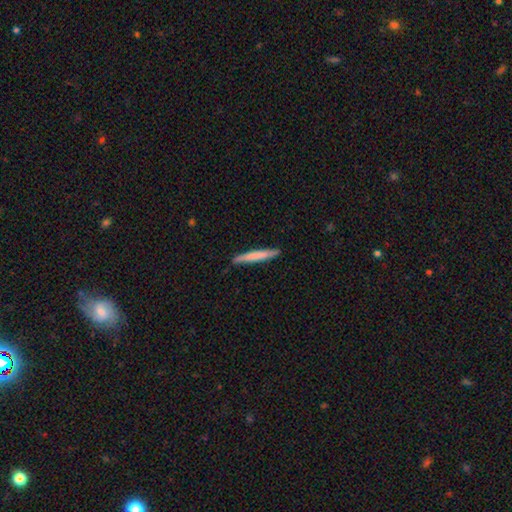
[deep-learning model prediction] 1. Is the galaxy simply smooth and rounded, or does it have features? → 68% smooth, 27% featured or disk, 5% star or artifact.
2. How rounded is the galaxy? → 96% cigar-shaped, 3% in between, 1% round.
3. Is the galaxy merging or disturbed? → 87% none, 10% minor disturbance, 2% major disturbance, 1% merger.